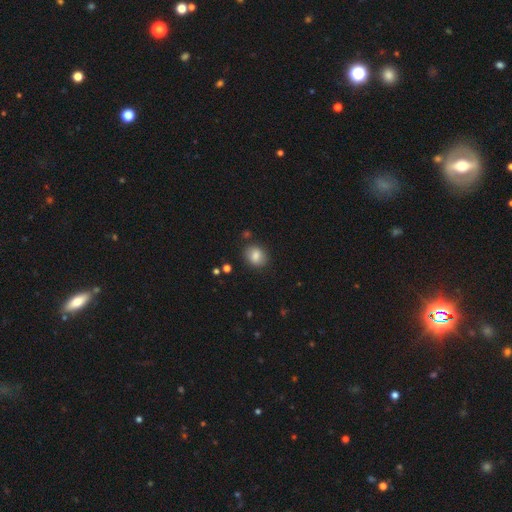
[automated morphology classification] This appears to be a smooth galaxy with no disk features (83%) that is round (57%). Merging: none (83%).